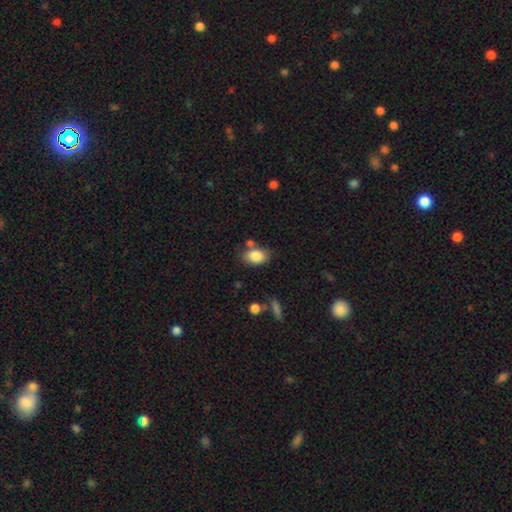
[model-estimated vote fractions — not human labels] Morphology: type=smooth (84%); roundness=in between (85%); merging=none (67%).